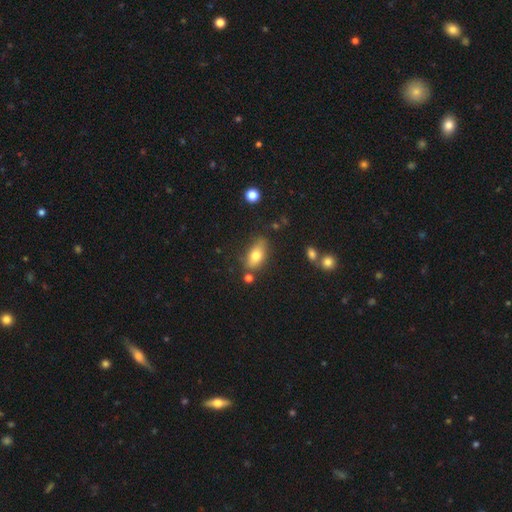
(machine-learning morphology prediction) Overall: smooth (76%). How rounded: in between (85%). Merging: none (71%).